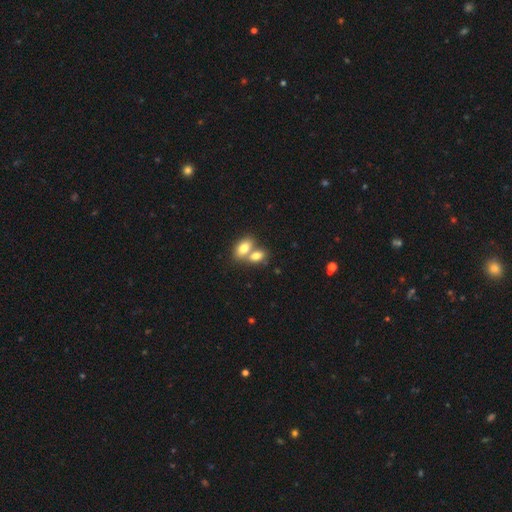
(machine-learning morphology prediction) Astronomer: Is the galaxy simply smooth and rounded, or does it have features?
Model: smooth — 79%.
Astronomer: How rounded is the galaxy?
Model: in between — 86%.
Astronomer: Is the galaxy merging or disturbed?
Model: merger — 64%.